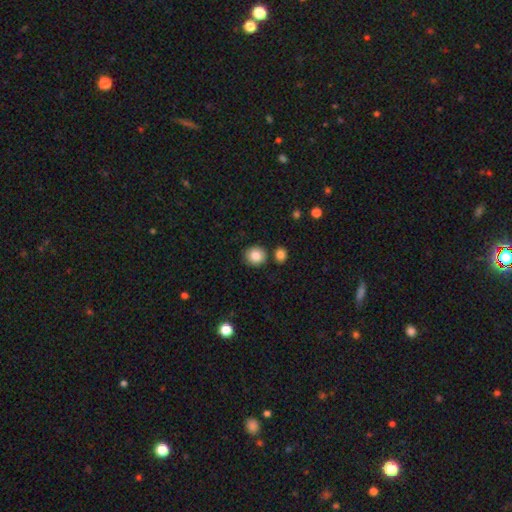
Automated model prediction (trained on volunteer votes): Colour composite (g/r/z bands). It shows a smooth galaxy with no disk features (86%) that is round (87%). Merging: none (82%).